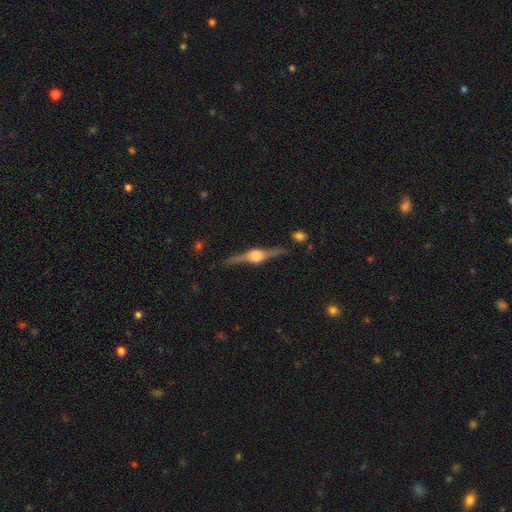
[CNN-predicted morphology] The model was most divided on "merging": none: 86%, minor disturbance: 10%, major disturbance: 2%, merger: 2%. More confident: edge-on disk — yes (98%); edge-on bulge — rounded (91%); smooth or featured — featured or disk (85%).